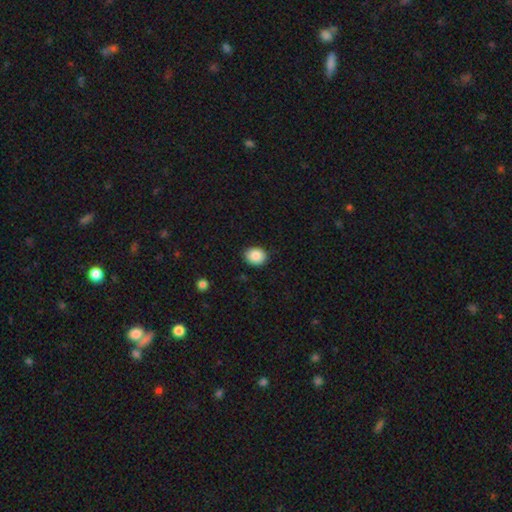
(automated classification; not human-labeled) Morphology: type=smooth (88%); roundness=round (50%); merging=none (86%).